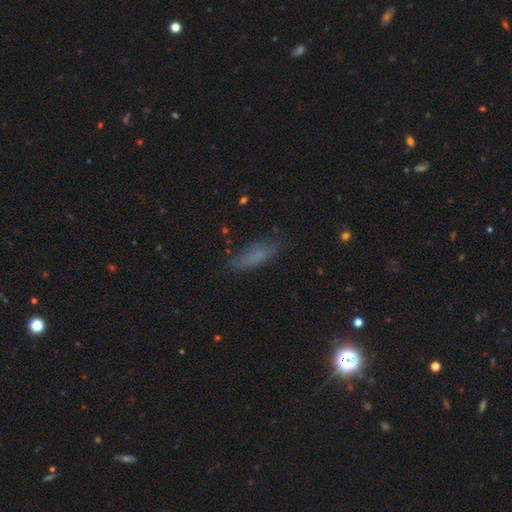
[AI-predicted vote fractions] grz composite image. It shows a smooth galaxy with no disk features (64%) that is cigar-shaped (51%). Merging: none (68%).